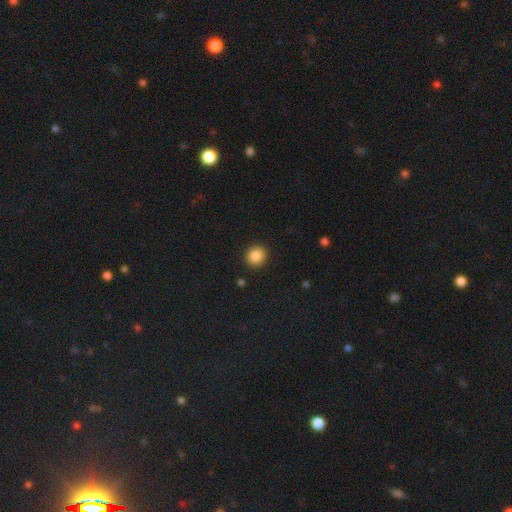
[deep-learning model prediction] Morphology: type=smooth (87%); roundness=round (88%); merging=none (91%).